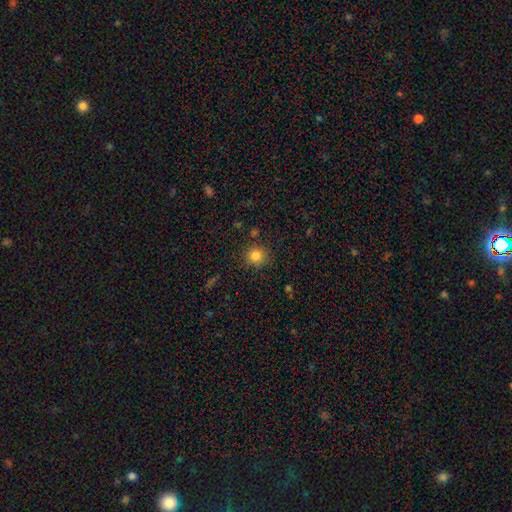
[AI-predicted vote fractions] smooth-or-featured: smooth: 83% | star or artifact: 12% | featured or disk: 5%
  how-rounded: round: 92% | in between: 7% | cigar-shaped: 1%
  merging: none: 86% | minor disturbance: 9% | major disturbance: 3% | merger: 2%